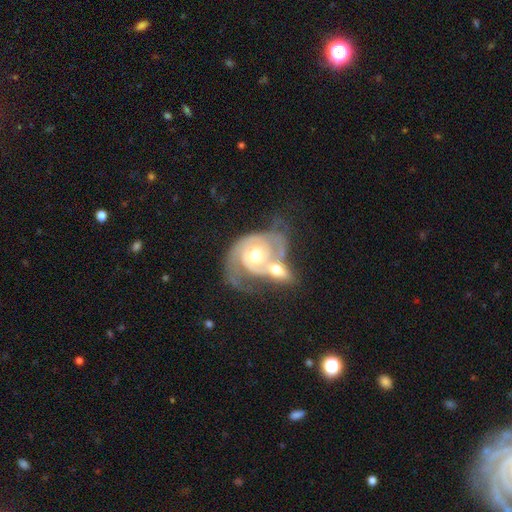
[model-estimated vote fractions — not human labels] Overall: featured or disk (86%). Edge-on disk: no (97%). Bar: no (73%). Spiral arms: yes (93%). Spiral arm count: 2 (63%). Spiral winding: tight (57%; medium 32%). Bulge size: moderate (66%; small 27%). Merging: merger (58%; none 19%).